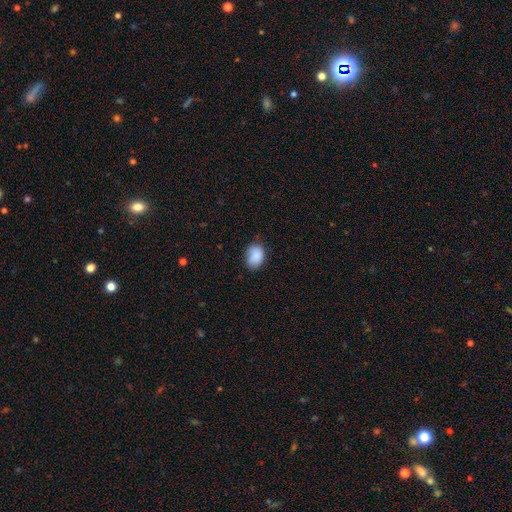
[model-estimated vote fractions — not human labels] Smooth or featured: smooth — 87% (star or artifact — 7%)
How rounded: in between — 76% (round — 23%)
Merging: none — 69% (minor disturbance — 25%)